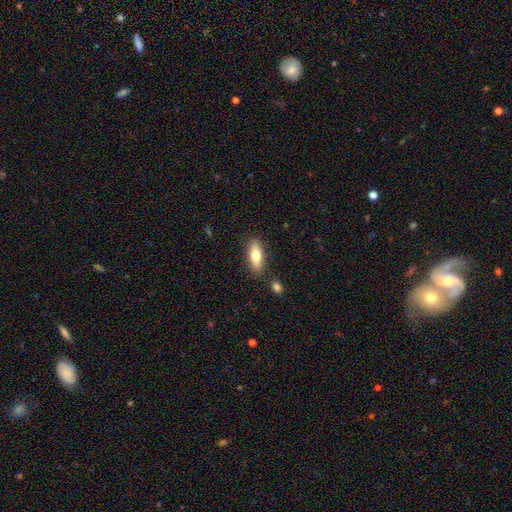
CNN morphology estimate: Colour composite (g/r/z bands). It shows a smooth galaxy with no disk features (72%) that is in between round and cigar-shaped (66%). Merging: none (84%).